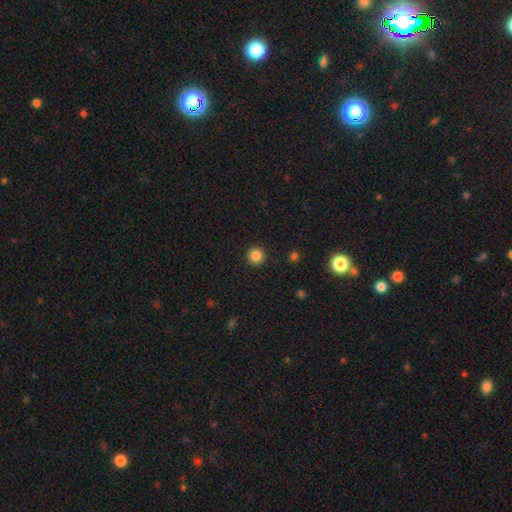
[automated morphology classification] The model was most divided on "smooth or featured": smooth: 86%, star or artifact: 11%, featured or disk: 3%. More confident: how rounded — round (95%); merging — none (92%).